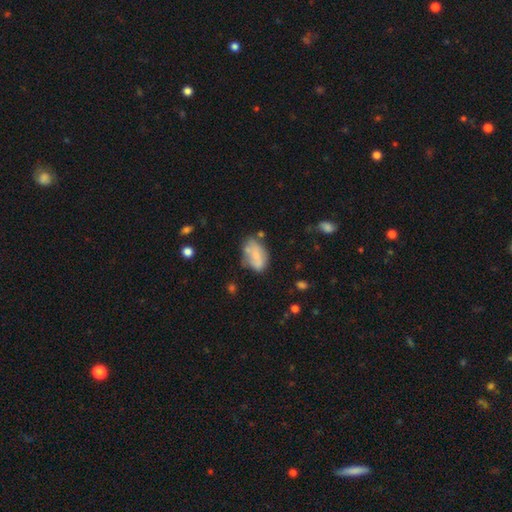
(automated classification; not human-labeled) Morphology: type=smooth (69%); roundness=in between (90%); merging=none (47%).